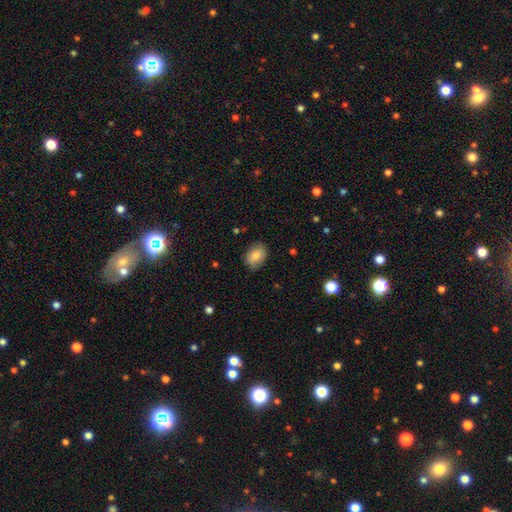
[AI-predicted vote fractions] Smooth or featured? Predicted: smooth (p=0.83). How rounded? Predicted: in between (p=0.74). Merging? Predicted: none (p=0.82).